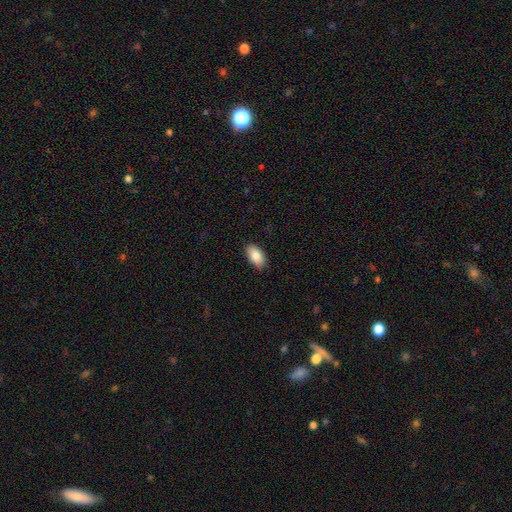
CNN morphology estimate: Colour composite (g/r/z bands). It shows a smooth galaxy with no disk features (87%) that is in between round and cigar-shaped (94%). Merging: none (88%).